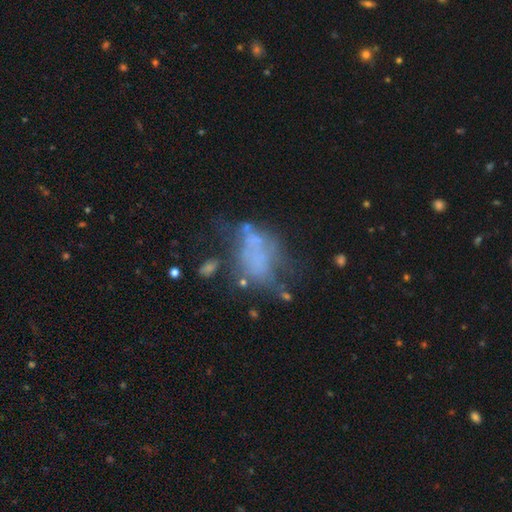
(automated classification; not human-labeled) This appears to be a featured or disk galaxy (50%). Merging: major disturbance (36%).